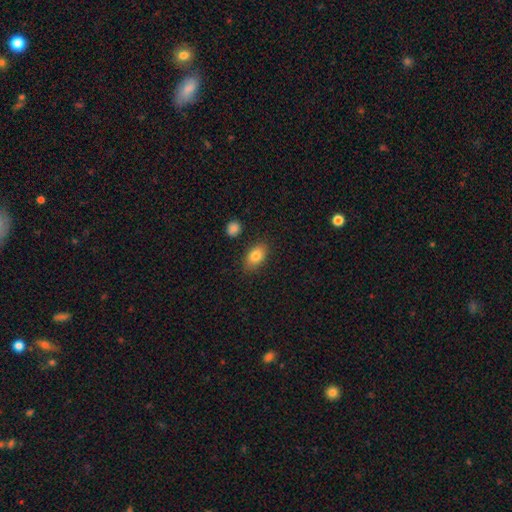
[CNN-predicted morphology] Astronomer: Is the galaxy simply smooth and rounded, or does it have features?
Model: smooth — 82%.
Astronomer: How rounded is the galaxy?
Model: in between — 89%.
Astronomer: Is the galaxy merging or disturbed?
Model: none — 83%.